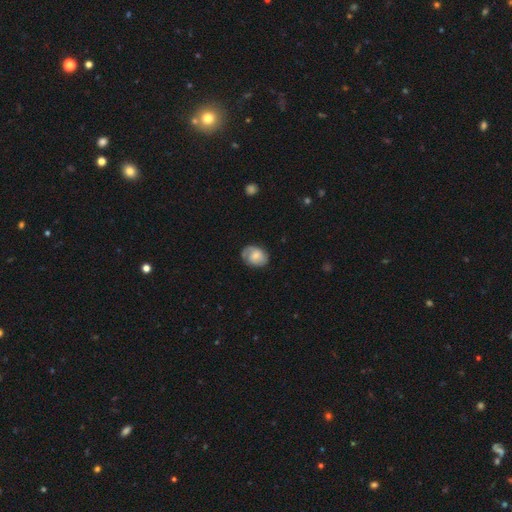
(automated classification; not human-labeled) Smooth or featured: featured or disk — 52% (smooth — 40%)
Edge-on disk: no — 97% (yes — 3%)
Bar: no — 58% (weak — 36%)
Spiral arms: yes — 85% (no — 15%)
Bulge size: small — 42% (moderate — 41%)
Merging: none — 69% (minor disturbance — 22%)